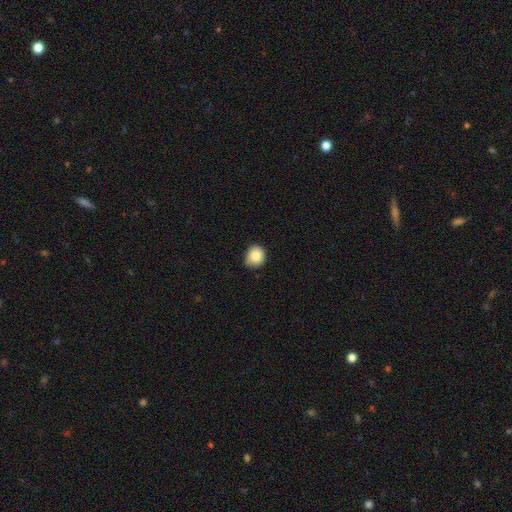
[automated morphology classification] Smooth or featured? smooth (84%)
How rounded? round (82%)
Merging? none (74%)